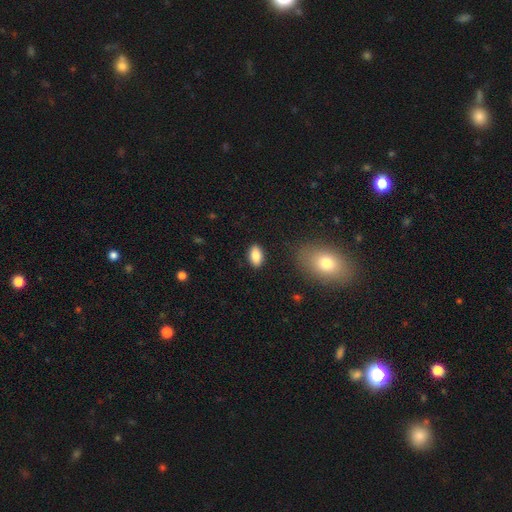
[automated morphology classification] Smooth or featured? Predicted: smooth (p=0.82). How rounded? Predicted: in between (p=0.90). Merging? Predicted: none (p=0.88).